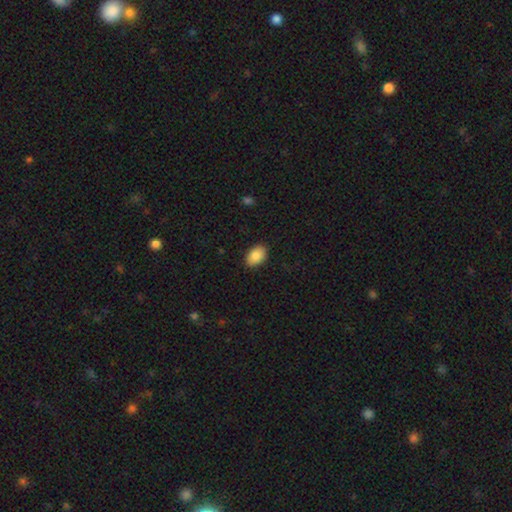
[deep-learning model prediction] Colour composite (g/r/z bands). It shows a smooth galaxy with no disk features (87%) that is in between round and cigar-shaped (90%). Merging: none (88%).